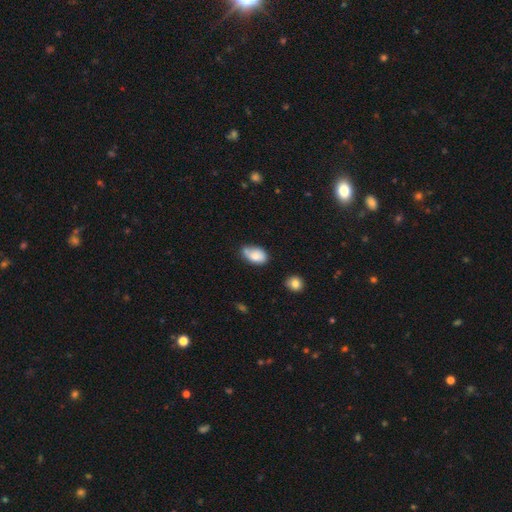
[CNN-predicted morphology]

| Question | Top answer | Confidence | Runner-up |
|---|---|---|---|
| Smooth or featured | smooth | 77% | featured or disk (15%) |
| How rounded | in between | 89% | round (9%) |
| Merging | none | 44% | minor disturbance (34%) |